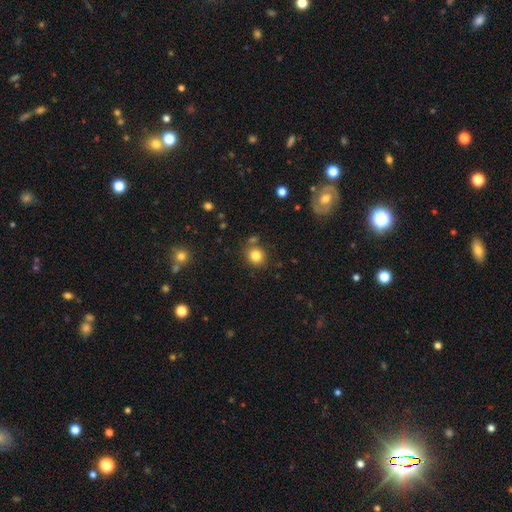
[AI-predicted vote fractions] Morphology: type=smooth (82%); roundness=round (80%); merging=none (77%).